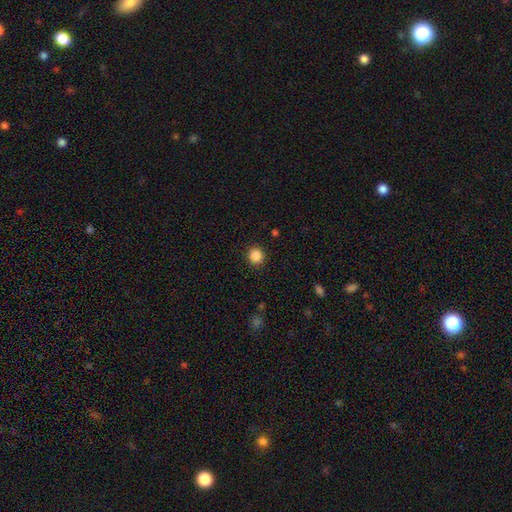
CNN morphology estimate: The model was most divided on "smooth or featured": smooth: 86%, star or artifact: 11%, featured or disk: 3%. More confident: how rounded — round (93%); merging — none (91%).